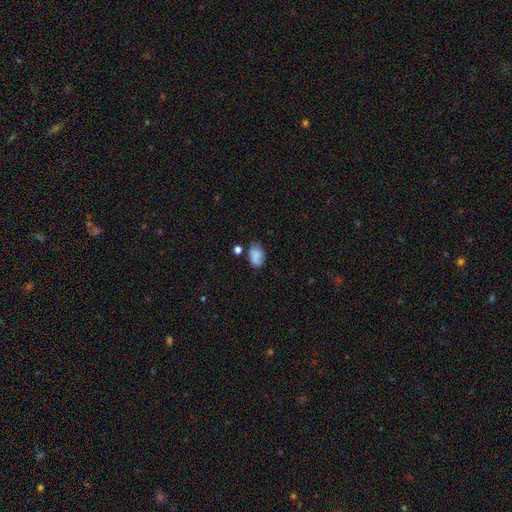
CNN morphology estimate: This is clearly a smooth galaxy (82%). How rounded: clearly in between (86%). Merging: likely none (63%).